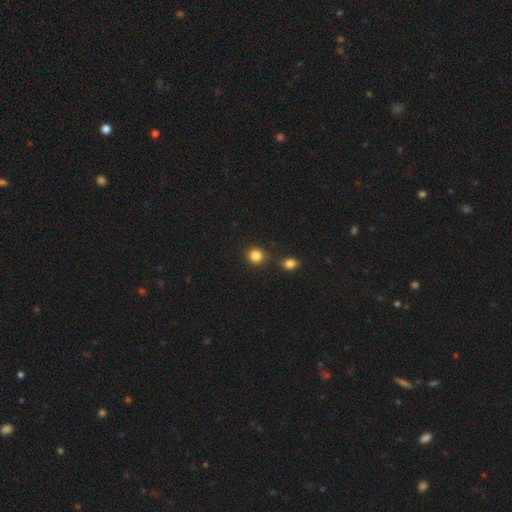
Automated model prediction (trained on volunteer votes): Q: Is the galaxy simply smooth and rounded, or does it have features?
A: smooth — 85%.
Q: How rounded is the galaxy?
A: round — 87%.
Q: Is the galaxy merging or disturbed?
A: none — 82%.